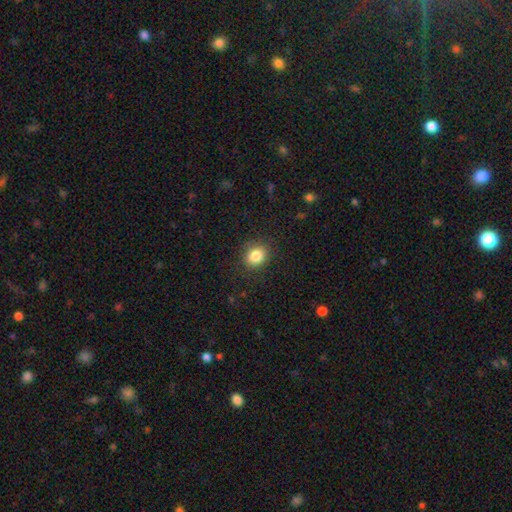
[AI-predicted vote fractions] This appears to be a smooth galaxy with no disk features (84%) that is round (68%). Merging: none (86%).